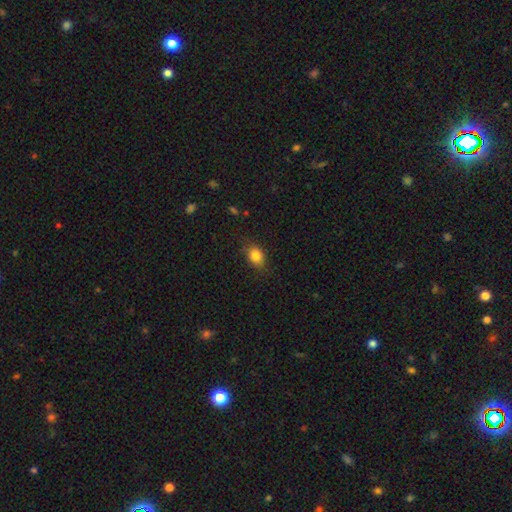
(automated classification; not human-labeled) Q: Smooth or featured?
A: smooth (83%); runner-up: star or artifact (10%)
Q: How rounded?
A: in between (64%); runner-up: round (34%)
Q: Merging?
A: none (79%); runner-up: minor disturbance (16%)